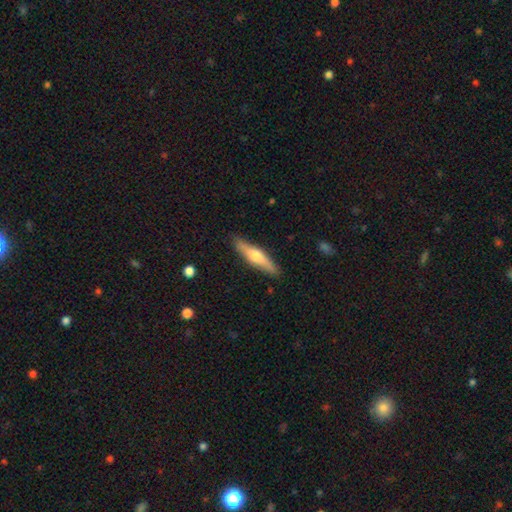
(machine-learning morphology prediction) This appears to be a featured or disk galaxy (49%). Merging: none (89%).